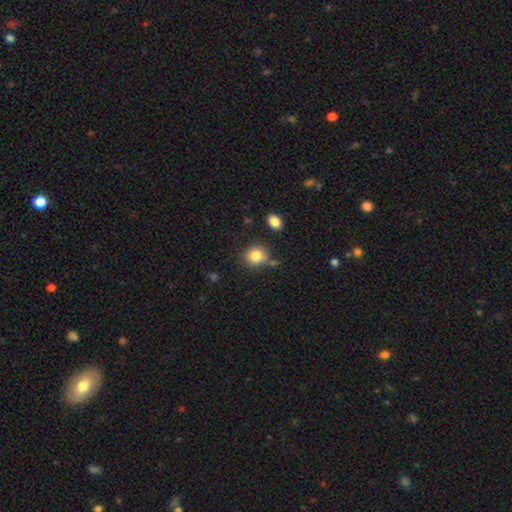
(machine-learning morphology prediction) Smooth or featured? smooth (83%)
How rounded? round (79%)
Merging? none (74%)